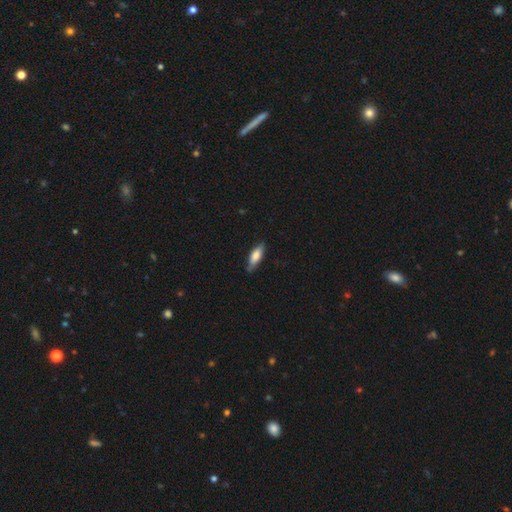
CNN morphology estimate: smooth 70%, featured or disk 23%, star or artifact 6%. Down the decision tree: how rounded — in between (57%); merging — none (77%).